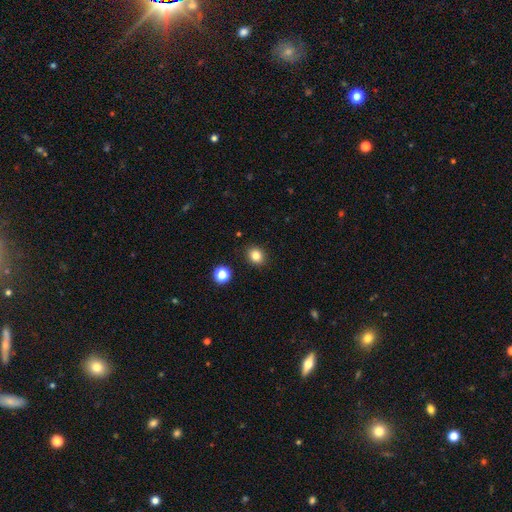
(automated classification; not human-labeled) smooth_or_featured: smooth (p=0.83) [alt: star or artifact p=0.12]
how_rounded: round (p=0.64) [alt: in between p=0.35]
merging: none (p=0.89) [alt: minor disturbance p=0.07]